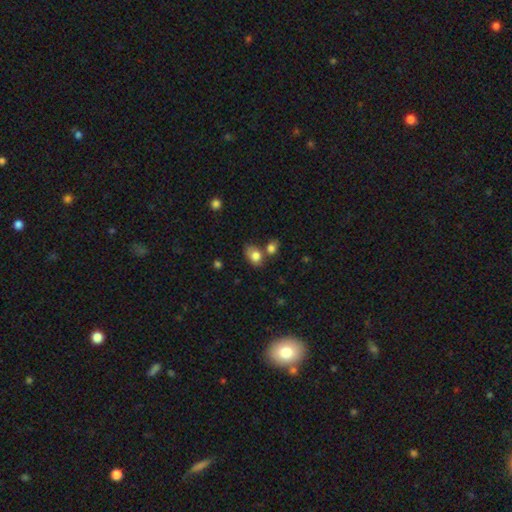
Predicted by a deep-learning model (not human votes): This appears to be a smooth galaxy with no disk features (81%) that is in between round and cigar-shaped (75%). Merging: none (46%).